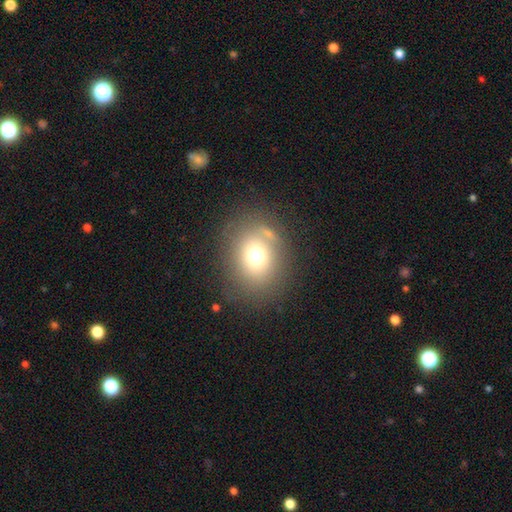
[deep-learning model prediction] The model was most divided on "how rounded": round: 61%, in between: 38%, cigar-shaped: 1%. More confident: merging — none (72%); smooth or featured — smooth (70%).